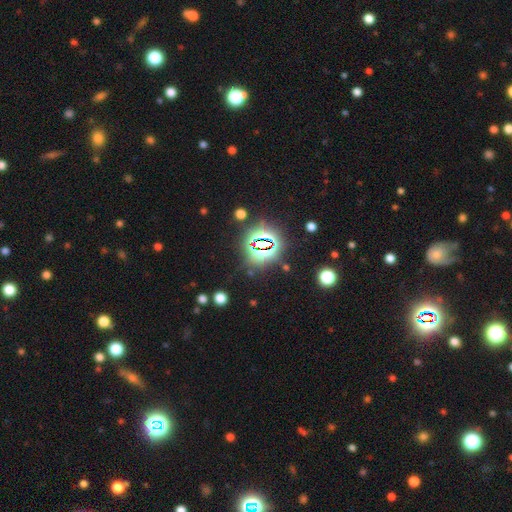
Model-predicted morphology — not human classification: This is clearly a star or artifact rather than a galaxy (81%).